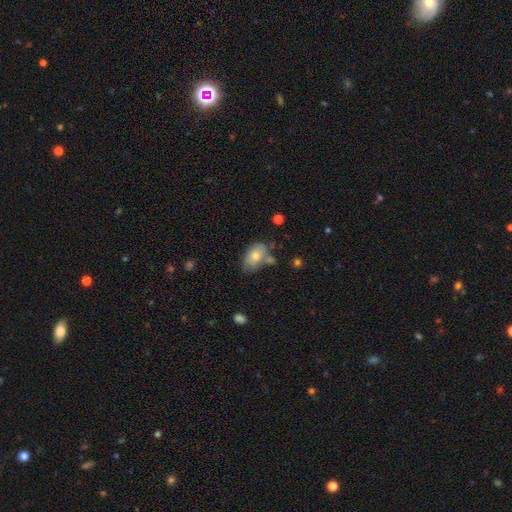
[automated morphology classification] Smooth or featured?
  - smooth: 74% *
  - featured or disk: 18%
  - star or artifact: 8%
How rounded?
  - in between: 88% *
  - round: 10%
  - cigar-shaped: 2%
Merging?
  - none: 56% *
  - minor disturbance: 24%
  - merger: 13%
  - major disturbance: 6%